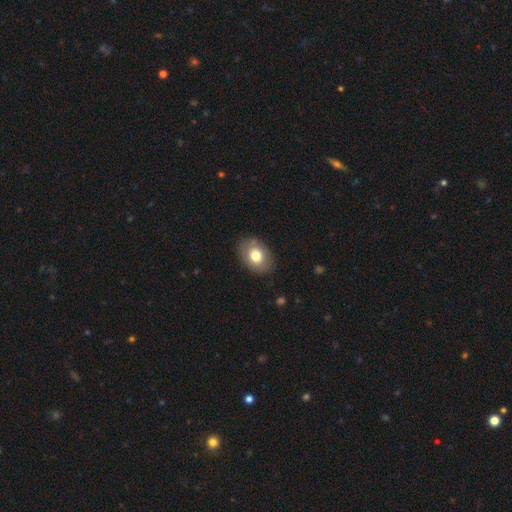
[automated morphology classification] A smooth galaxy with no disk features (74%) that is in between round and cigar-shaped (72%). Merging: none (83%).